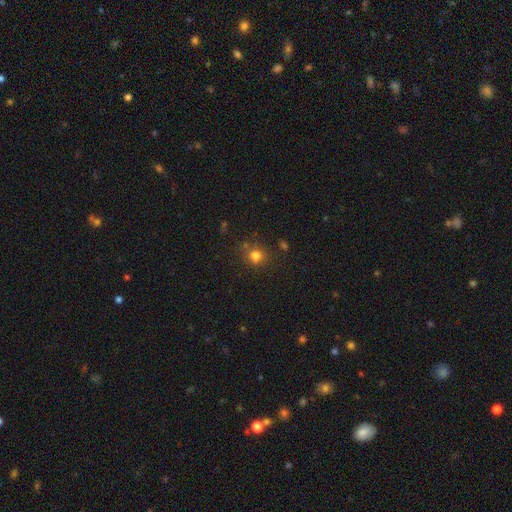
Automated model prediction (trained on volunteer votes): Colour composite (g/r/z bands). It shows a smooth galaxy with no disk features (75%) that is round (78%). Merging: none (72%).